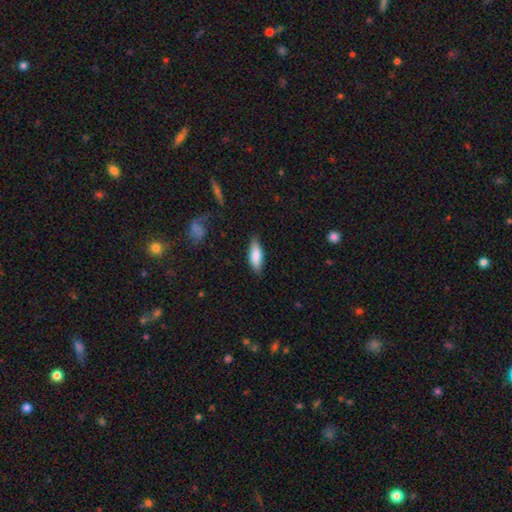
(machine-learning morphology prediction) Smooth or featured: smooth — 83% (featured or disk — 12%)
How rounded: in between — 62% (cigar-shaped — 36%)
Merging: none — 81% (minor disturbance — 15%)